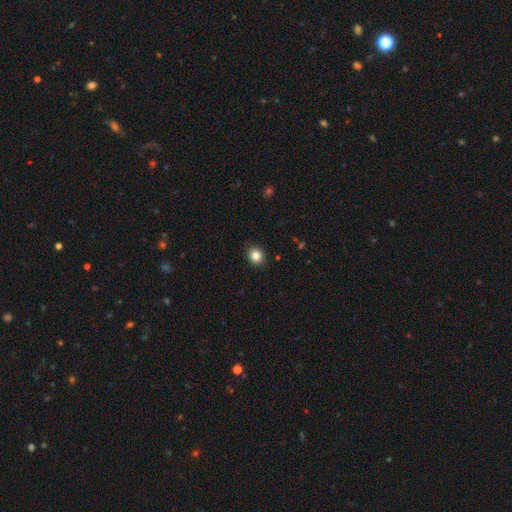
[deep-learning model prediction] smooth-or-featured: smooth: 84% | star or artifact: 11% | featured or disk: 5%
  how-rounded: round: 70% | in between: 30% | cigar-shaped: 1%
  merging: none: 91% | minor disturbance: 7% | major disturbance: 2% | merger: 1%